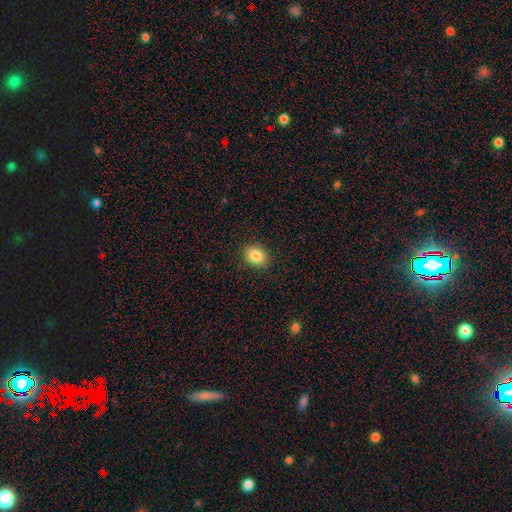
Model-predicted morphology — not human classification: The model was most divided on "how rounded": in between: 55%, round: 44%, cigar-shaped: 1%. More confident: merging — none (89%); smooth or featured — smooth (86%).